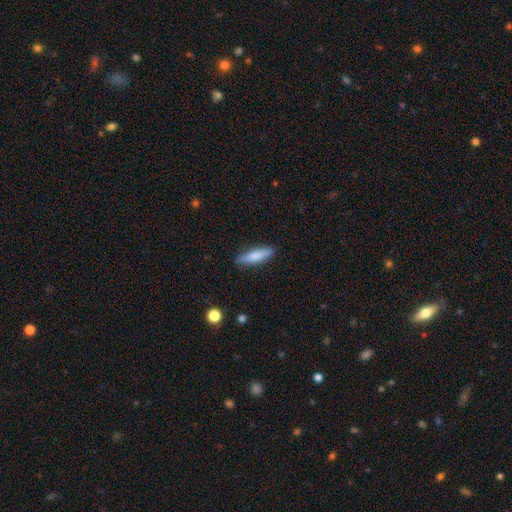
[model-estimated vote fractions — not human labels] smooth-or-featured: smooth: 74% | featured or disk: 20% | star or artifact: 6%
  how-rounded: cigar-shaped: 73% | in between: 26% | round: 2%
  merging: none: 86% | minor disturbance: 10% | major disturbance: 2% | merger: 1%